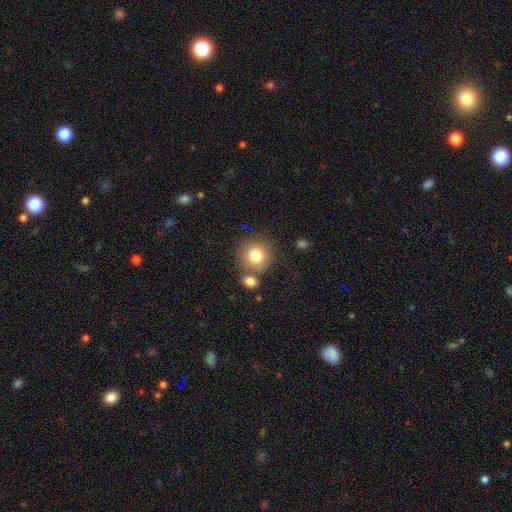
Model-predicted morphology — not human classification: A smooth galaxy with no disk features (81%) that is round (90%). Merging: none (66%).